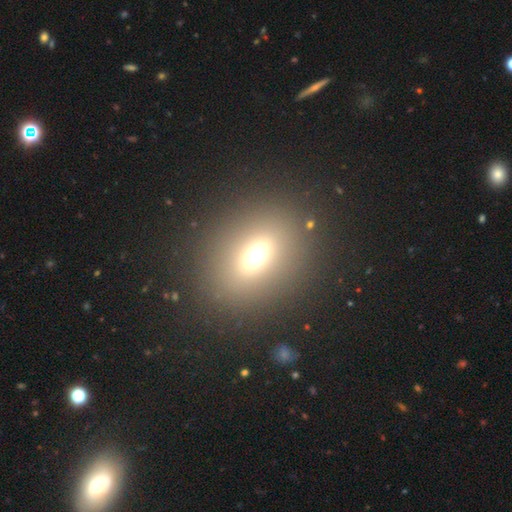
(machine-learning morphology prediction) Smooth or featured?
  - smooth: 65% *
  - star or artifact: 20%
  - featured or disk: 15%
How rounded?
  - in between: 54% *
  - round: 43%
  - cigar-shaped: 2%
Merging?
  - none: 85% *
  - minor disturbance: 8%
  - major disturbance: 5%
  - merger: 2%